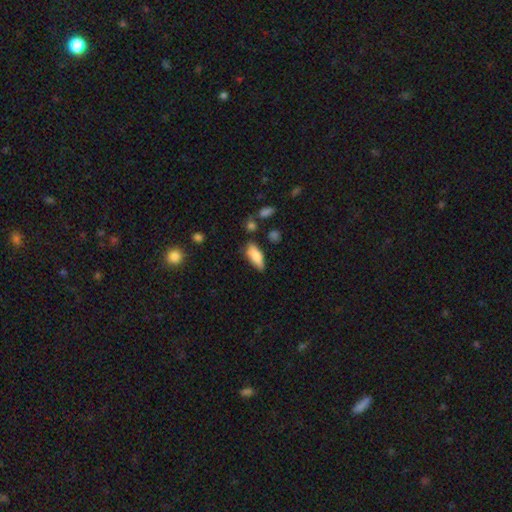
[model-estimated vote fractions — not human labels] Smooth or featured? Predicted: smooth (p=0.79). How rounded? Predicted: in between (p=0.71). Merging? Predicted: none (p=0.64).